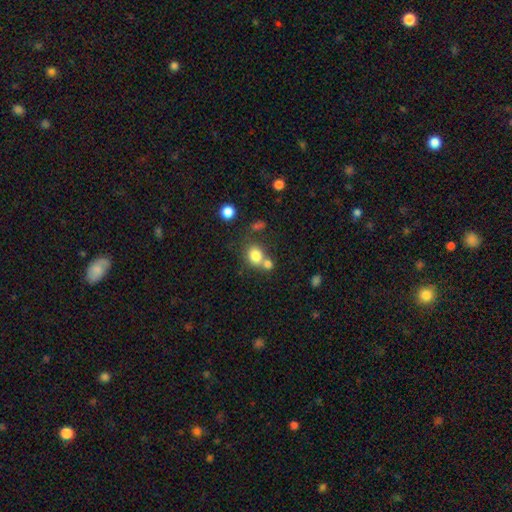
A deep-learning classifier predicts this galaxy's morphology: smooth_or_featured: smooth (p=0.79) [alt: star or artifact p=0.11]
how_rounded: round (p=0.65) [alt: in between p=0.34]
merging: none (p=0.46) [alt: merger p=0.40]